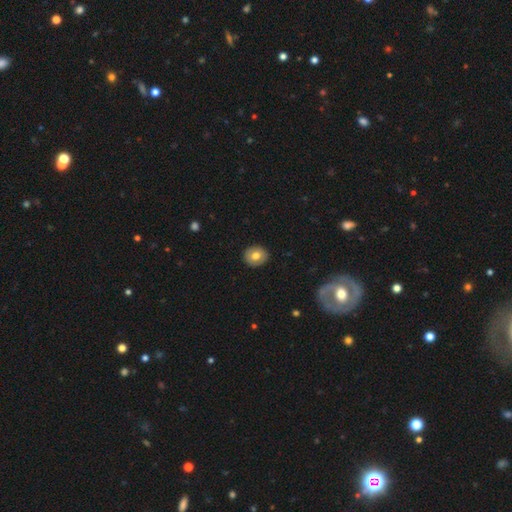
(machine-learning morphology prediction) smooth-or-featured: smooth: 73% | featured or disk: 19% | star or artifact: 8%
  how-rounded: round: 75% | in between: 24% | cigar-shaped: 1%
  merging: none: 90% | minor disturbance: 7% | major disturbance: 2% | merger: 1%